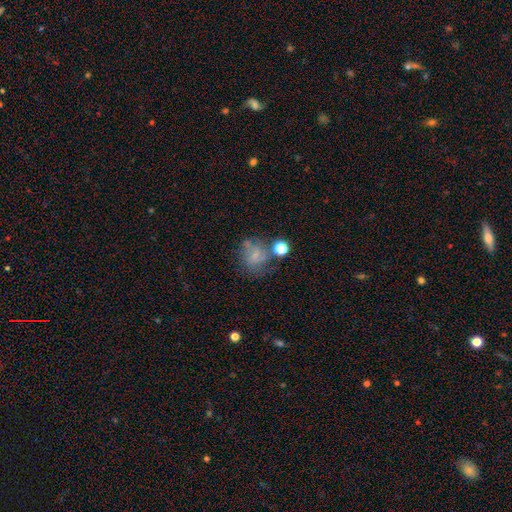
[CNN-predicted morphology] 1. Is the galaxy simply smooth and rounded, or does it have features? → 52% smooth, 31% featured or disk, 17% star or artifact.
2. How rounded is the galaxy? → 68% round, 31% in between, 1% cigar-shaped.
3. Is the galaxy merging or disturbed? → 44% none, 21% minor disturbance, 21% major disturbance, 14% merger.